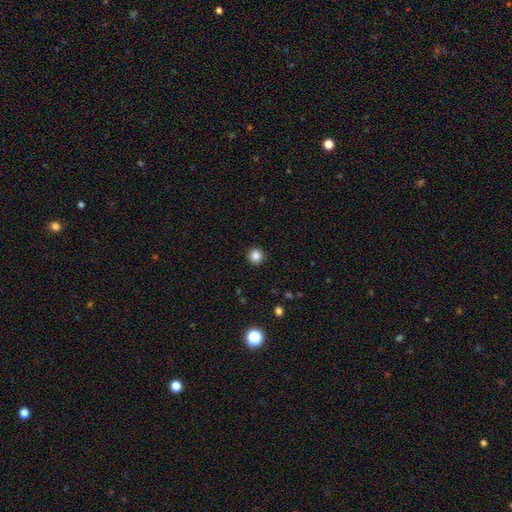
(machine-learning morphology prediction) A smooth galaxy with no disk features (84%) that is round (95%). Merging: none (93%).